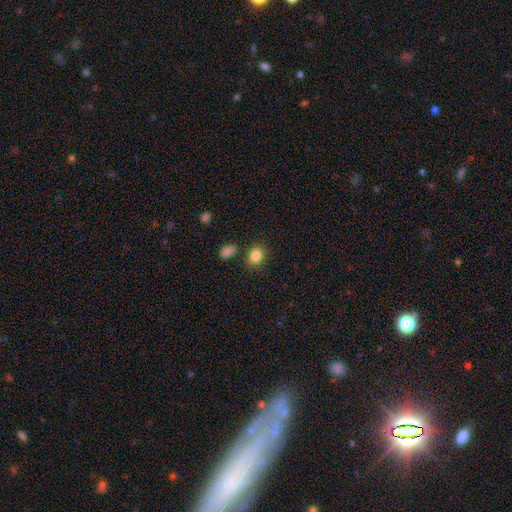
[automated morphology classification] smooth 85%, star or artifact 10%, featured or disk 5%. Down the decision tree: how rounded — round (55%); merging — none (79%).